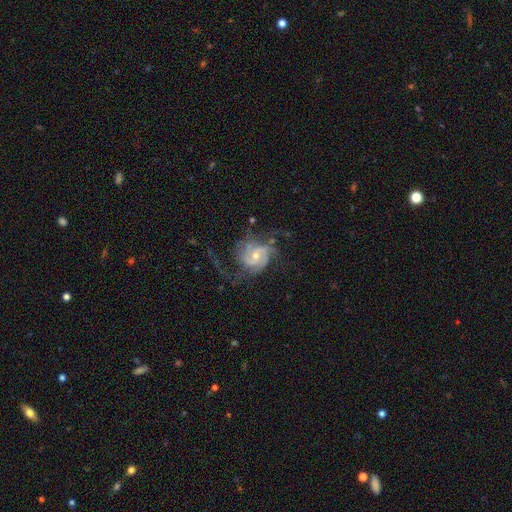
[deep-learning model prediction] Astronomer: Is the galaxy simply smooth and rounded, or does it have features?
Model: featured or disk — 86%.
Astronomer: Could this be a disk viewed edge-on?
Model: no — 98%.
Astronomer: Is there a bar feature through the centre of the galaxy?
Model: no — 65%.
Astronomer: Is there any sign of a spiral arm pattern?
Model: yes — 96%.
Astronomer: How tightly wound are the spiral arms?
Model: medium — 44% (runner-up: tight, 36%).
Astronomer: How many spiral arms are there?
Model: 3 — 33% (runner-up: 2, 27%).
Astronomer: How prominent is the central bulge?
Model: moderate — 49% (runner-up: small, 47%).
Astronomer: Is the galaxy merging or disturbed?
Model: none — 54%.